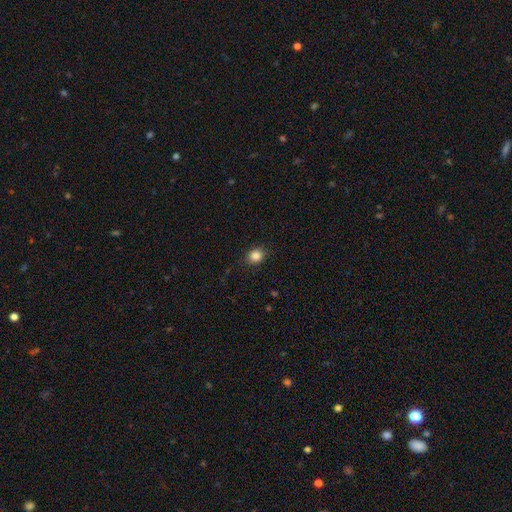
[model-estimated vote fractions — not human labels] Smooth or featured?
  - smooth: 85% *
  - star or artifact: 11%
  - featured or disk: 4%
How rounded?
  - round: 70% *
  - in between: 29%
  - cigar-shaped: 1%
Merging?
  - none: 88% *
  - minor disturbance: 9%
  - major disturbance: 2%
  - merger: 1%